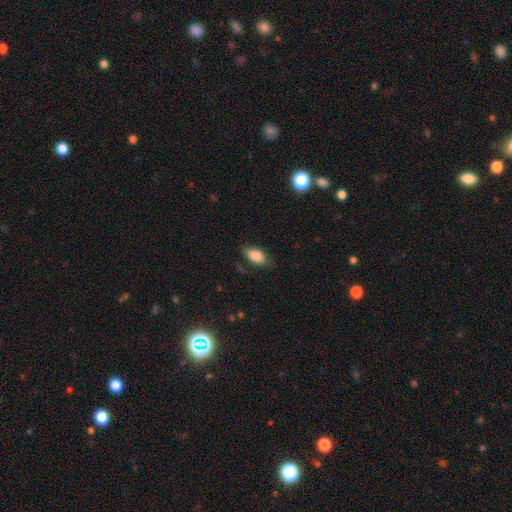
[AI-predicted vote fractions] Smooth or featured: smooth — 86% (star or artifact — 7%)
How rounded: in between — 91% (round — 6%)
Merging: none — 71% (minor disturbance — 21%)